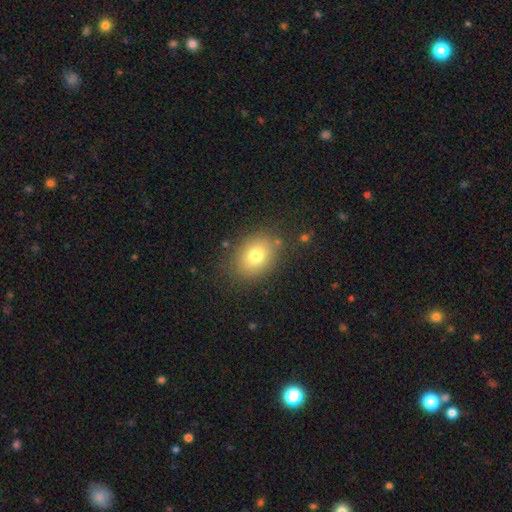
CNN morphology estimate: Smooth or featured? smooth (76%)
How rounded? in between (62%)
Merging? none (81%)